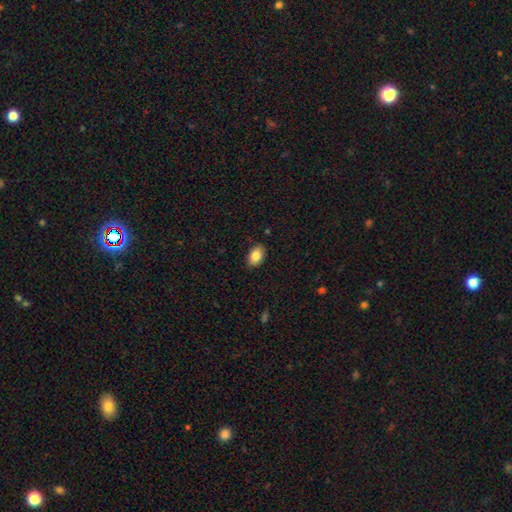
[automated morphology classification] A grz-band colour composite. It shows a smooth galaxy with no disk features (84%) that is in between round and cigar-shaped (85%). Merging: none (87%).